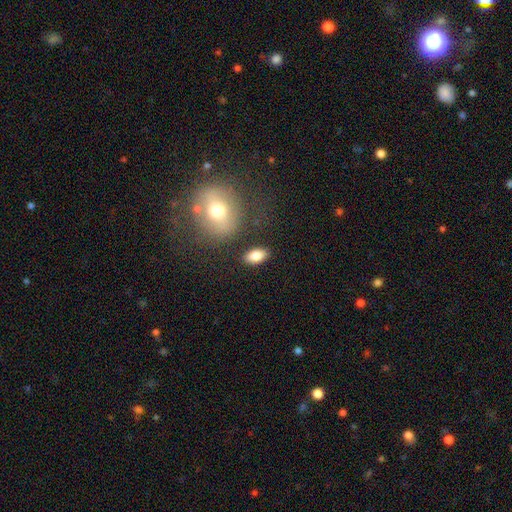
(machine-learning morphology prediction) Overall: smooth (83%). How rounded: in between (90%). Merging: none (84%).